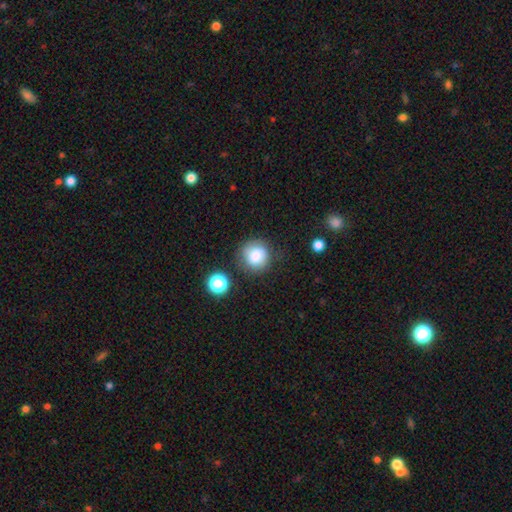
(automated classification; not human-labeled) The model was most divided on "merging": none: 78%, minor disturbance: 14%, major disturbance: 5%, merger: 4%. More confident: how rounded — round (90%); smooth or featured — smooth (81%).